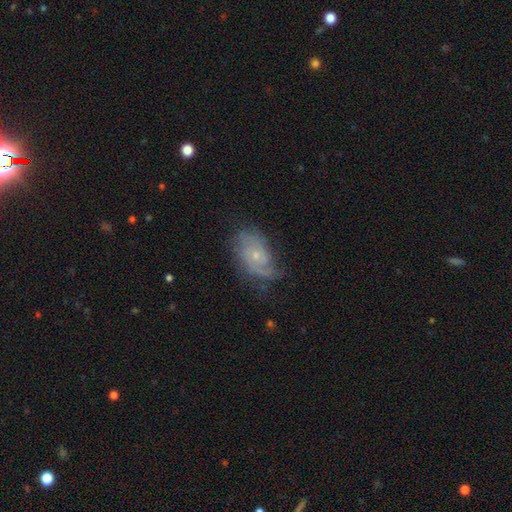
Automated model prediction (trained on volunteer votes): This appears to be a featured or disk galaxy (73%) with no bar (76%), 2 (42%) tight (39%, tied with medium) spiral arms (89%) and a small central bulge (71%). Merging: none (58%).